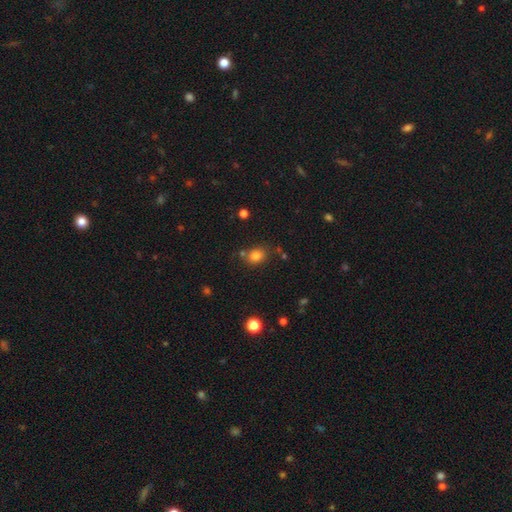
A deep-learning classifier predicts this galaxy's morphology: smooth_or_featured: smooth (p=0.80) [alt: star or artifact p=0.13]
how_rounded: round (p=0.58) [alt: in between p=0.41]
merging: none (p=0.72) [alt: minor disturbance p=0.13]